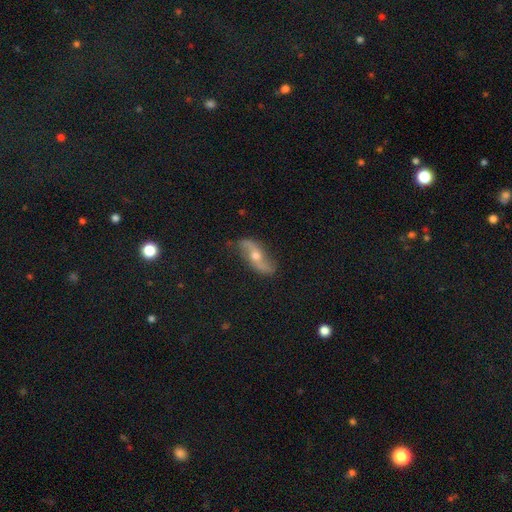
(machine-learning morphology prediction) Smooth or featured?
  - featured or disk: 79% *
  - smooth: 14%
  - star or artifact: 7%
Edge-on disk?
  - no: 87% *
  - yes: 13%
Bar?
  - no: 57% *
  - weak: 29%
  - strong: 14%
Spiral arms?
  - yes: 92% *
  - no: 8%
Spiral winding?
  - loose: 81% *
  - medium: 14%
  - tight: 6%
Spiral arm count?
  - 2: 93% *
  - can't tell: 3%
  - 1: 2%
  - 3: 1%
  - 4: 1%
  - more than 4: 1%
Bulge size?
  - moderate: 67% *
  - small: 26%
  - large: 5%
  - none: 2%
  - dominant: 1%
Merging?
  - none: 79% *
  - minor disturbance: 15%
  - major disturbance: 5%
  - merger: 2%